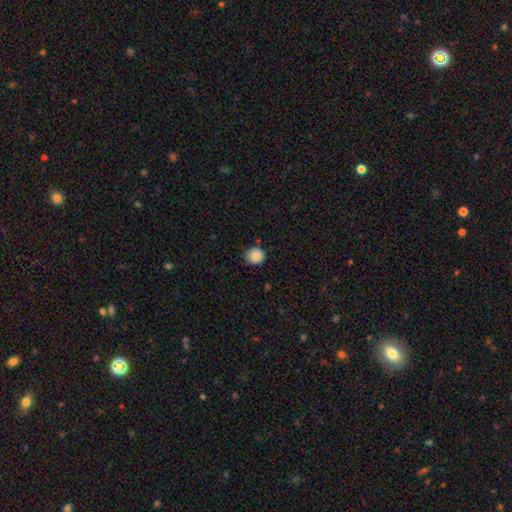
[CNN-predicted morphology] This is clearly a smooth galaxy (88%). How rounded: clearly round (88%). Merging: clearly none (84%).